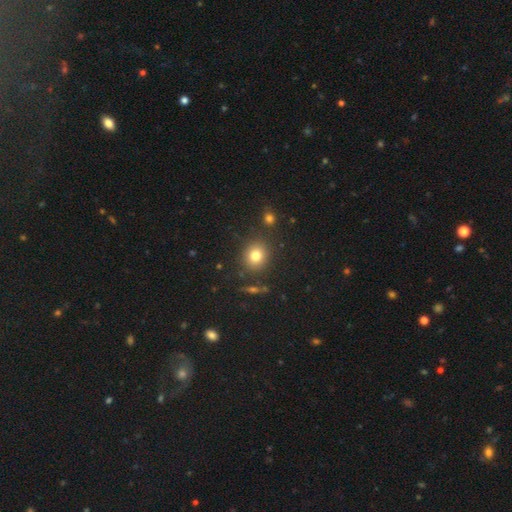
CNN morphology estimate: Smooth or featured? smooth (79%)
How rounded? round (80%)
Merging? none (85%)